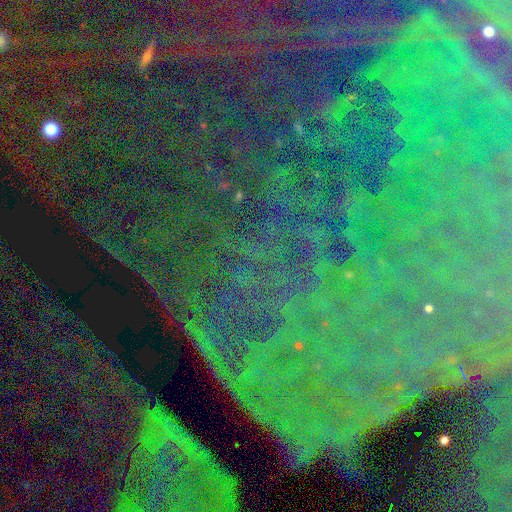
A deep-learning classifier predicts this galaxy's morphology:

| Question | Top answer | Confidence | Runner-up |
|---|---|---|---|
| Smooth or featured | star or artifact | 83% | featured or disk (9%) |